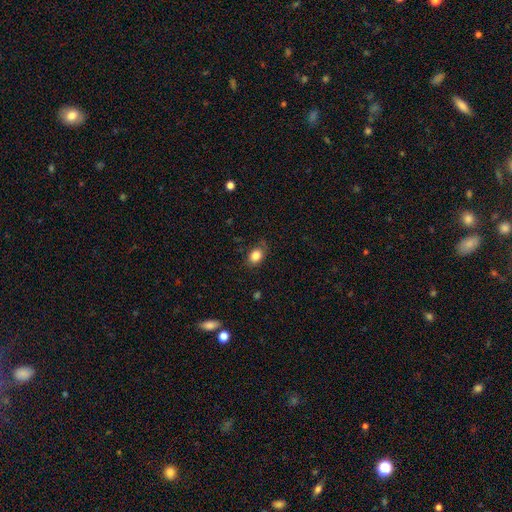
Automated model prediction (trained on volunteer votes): This appears to be a smooth galaxy with no disk features (84%) that is in between round and cigar-shaped (62%). Merging: none (77%).